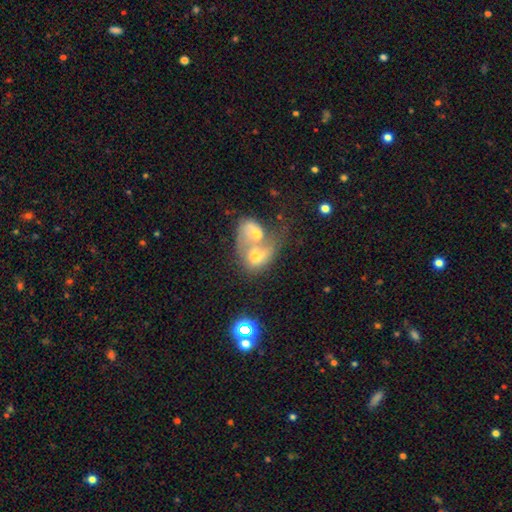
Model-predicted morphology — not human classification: smooth_or_featured: smooth (p=0.53) [alt: featured or disk p=0.36]
how_rounded: in between (p=0.59) [alt: round p=0.40]
merging: merger (p=0.81) [alt: major disturbance p=0.08]